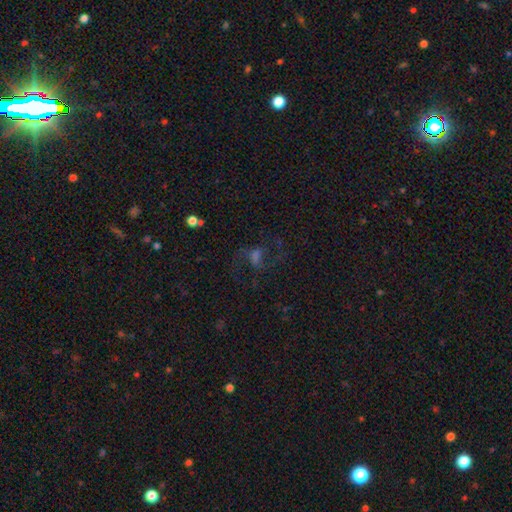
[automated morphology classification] A featured or disk galaxy (56%) with a weak bar (47%), spiral arms (83%) and a moderate central bulge (31%).

Vote fractions:
- Smooth or featured? featured or disk: 56% / star or artifact: 24% / smooth: 20%
- Edge-on disk? no: 96% / yes: 4%
- Bar? weak: 47% / no: 35% / strong: 18%
- Spiral arms? yes: 83% / no: 17%
- Bulge size? moderate: 31% / none: 29% / small: 27% / large: 11% / dominant: 3%
- Merging? none: 60% / major disturbance: 23% / minor disturbance: 14% / merger: 3%